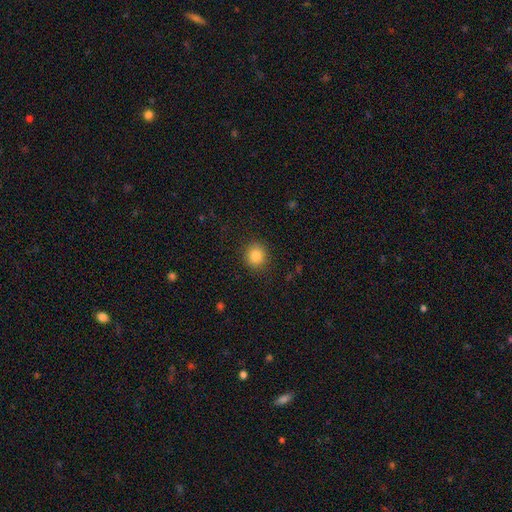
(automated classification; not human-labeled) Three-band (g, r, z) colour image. It shows a smooth galaxy with no disk features (85%) that is round (89%). Merging: none (89%).